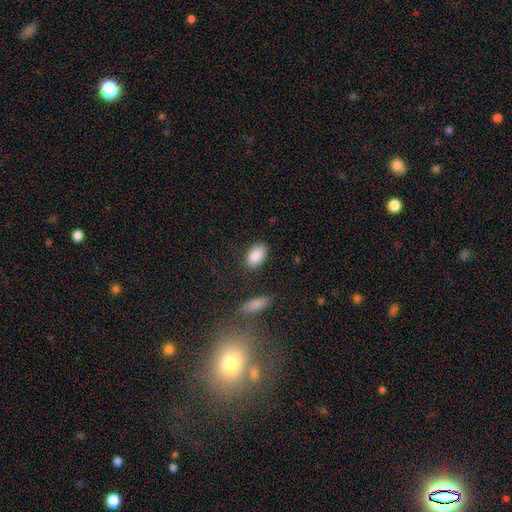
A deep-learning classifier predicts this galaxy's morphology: Smooth or featured? smooth (88%)
How rounded? in between (91%)
Merging? none (80%)